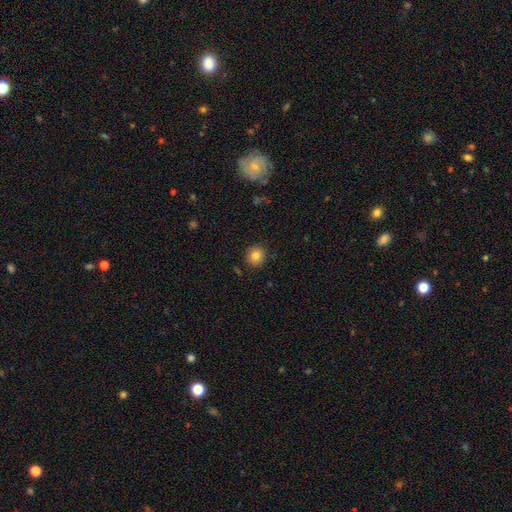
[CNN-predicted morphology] This appears to be a smooth galaxy with no disk features (82%) that is round (91%). Merging: none (89%).